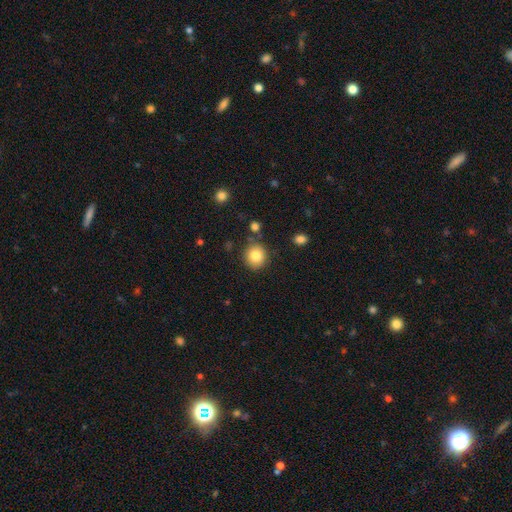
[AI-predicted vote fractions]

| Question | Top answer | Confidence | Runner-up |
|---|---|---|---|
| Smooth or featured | smooth | 82% | star or artifact (10%) |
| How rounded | round | 86% | in between (13%) |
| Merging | none | 83% | minor disturbance (10%) |